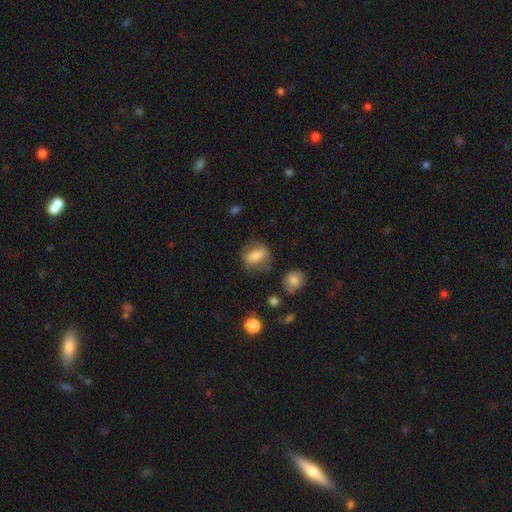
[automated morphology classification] This is likely a smooth galaxy (72%). How rounded: likely in between (68%). Merging: likely none (69%).